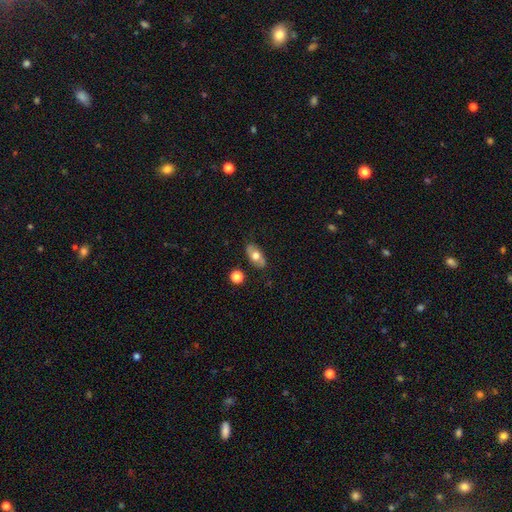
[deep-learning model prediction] Q: Smooth or featured?
A: smooth (61%); runner-up: featured or disk (31%)
Q: How rounded?
A: in between (86%); runner-up: round (8%)
Q: Merging?
A: none (82%); runner-up: minor disturbance (13%)